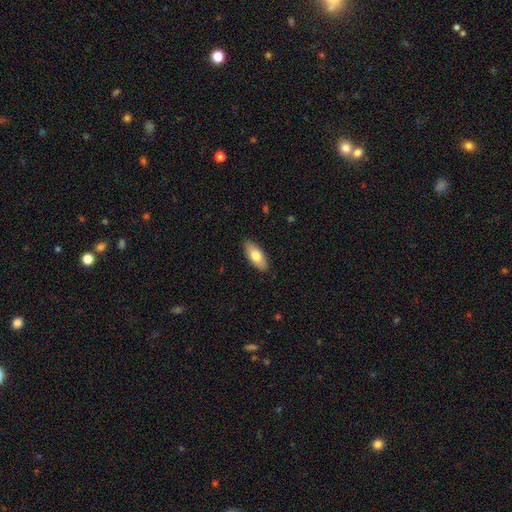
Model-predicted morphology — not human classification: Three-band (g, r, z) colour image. It shows a smooth galaxy with no disk features (75%) that is in between round and cigar-shaped (86%). Merging: none (88%).